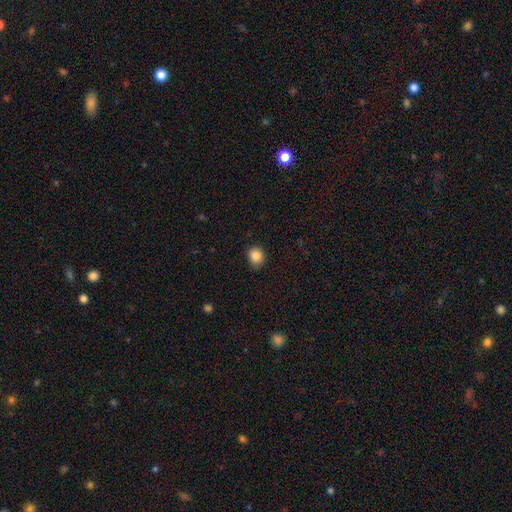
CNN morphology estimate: A smooth galaxy with no disk features (85%) that is round (68%). Merging: none (81%).